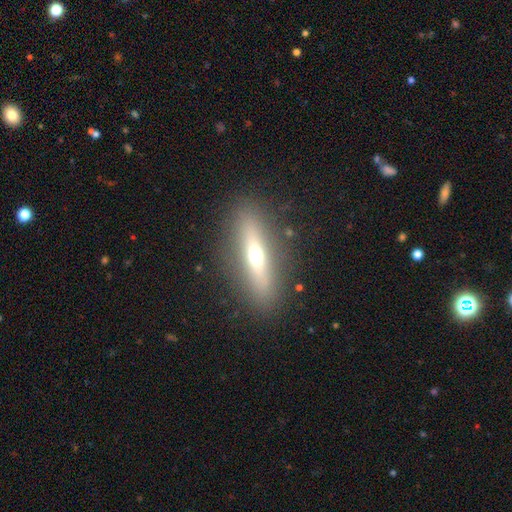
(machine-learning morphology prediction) A featured or disk galaxy (49%). Merging: none (86%).